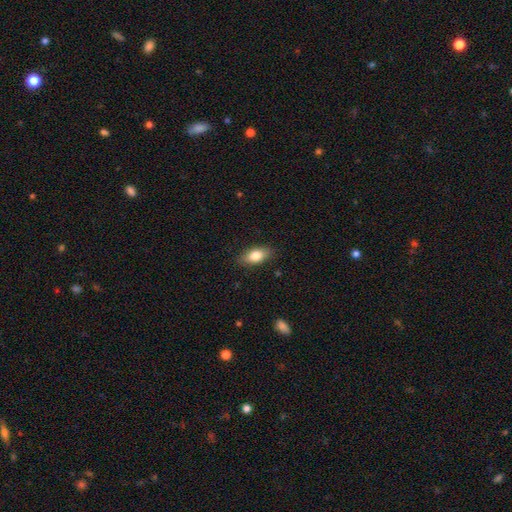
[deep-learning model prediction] This appears to be a smooth galaxy with no disk features (81%) that is in between round and cigar-shaped (86%). Merging: none (86%).